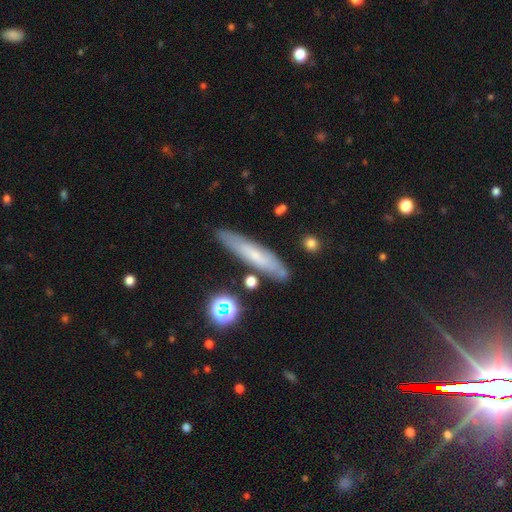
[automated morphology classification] Smooth or featured?
  - smooth: 53% *
  - featured or disk: 37%
  - star or artifact: 10%
How rounded?
  - cigar-shaped: 85% *
  - in between: 13%
  - round: 2%
Merging?
  - none: 81% *
  - minor disturbance: 13%
  - merger: 3%
  - major disturbance: 3%